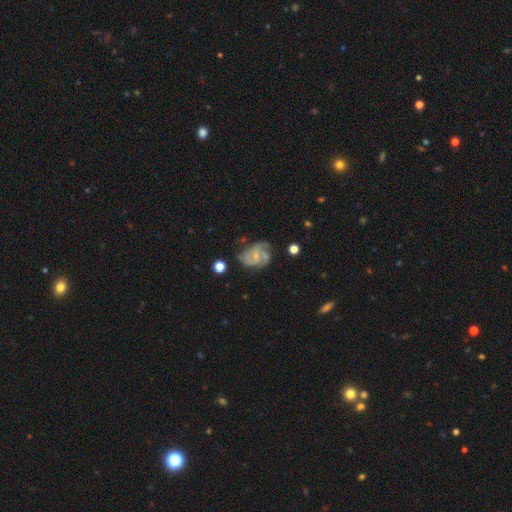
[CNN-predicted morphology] This appears to be a featured or disk galaxy (79%) with no bar (51%), 3 (39%) medium (48%) spiral arms (92%) and a small central bulge (67%). Merging: none (54%).